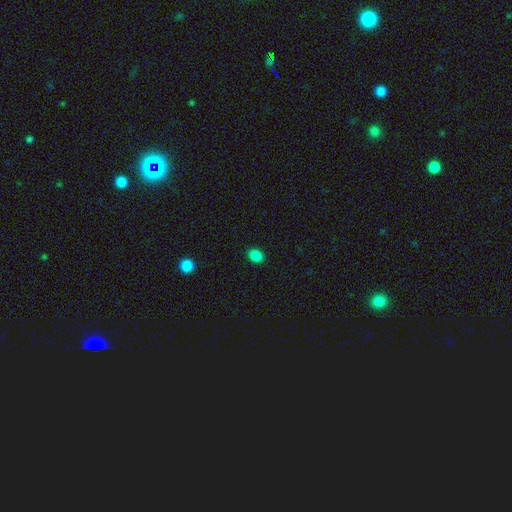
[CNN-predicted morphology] A smooth galaxy with no disk features (86%) that is in between round and cigar-shaped (54%). Merging: none (90%).